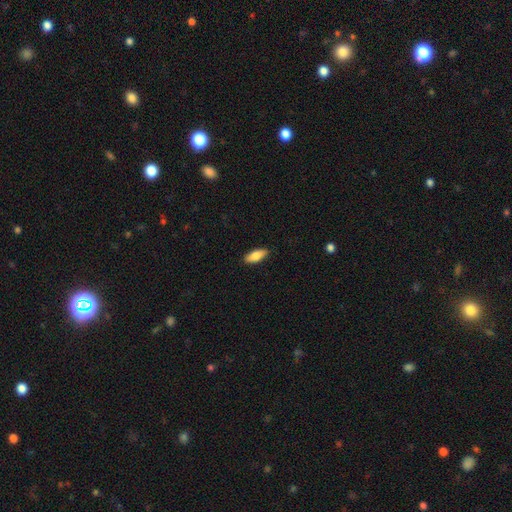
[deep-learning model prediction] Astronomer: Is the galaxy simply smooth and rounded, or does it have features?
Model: smooth — 84%.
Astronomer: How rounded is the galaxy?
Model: in between — 80%.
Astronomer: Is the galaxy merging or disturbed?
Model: none — 88%.